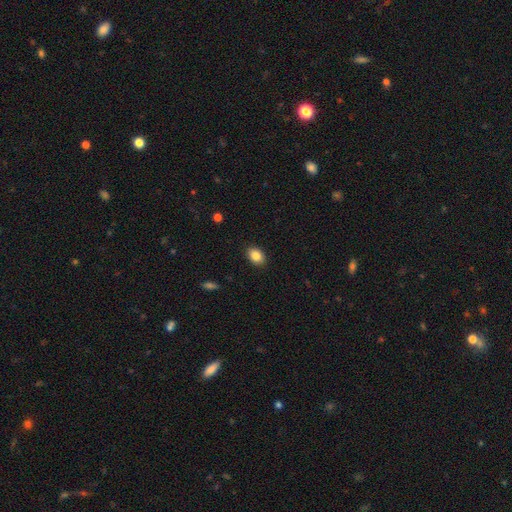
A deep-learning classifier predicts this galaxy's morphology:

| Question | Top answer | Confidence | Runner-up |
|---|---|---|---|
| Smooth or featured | smooth | 86% | star or artifact (8%) |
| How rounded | in between | 78% | round (21%) |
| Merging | none | 89% | minor disturbance (8%) |